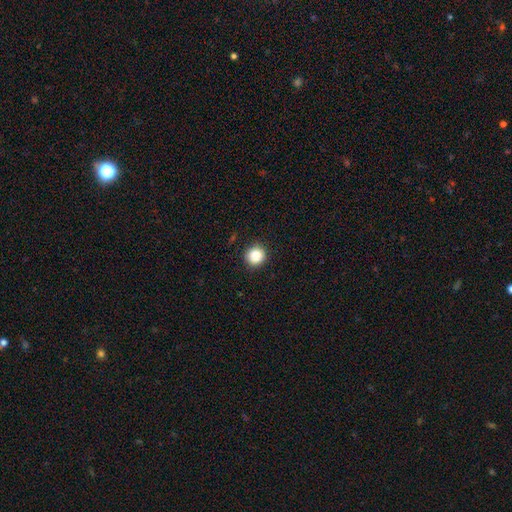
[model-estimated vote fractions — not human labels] smooth-or-featured: smooth: 86% | star or artifact: 10% | featured or disk: 4%
  how-rounded: round: 91% | in between: 8% | cigar-shaped: 1%
  merging: none: 90% | minor disturbance: 7% | major disturbance: 2% | merger: 1%